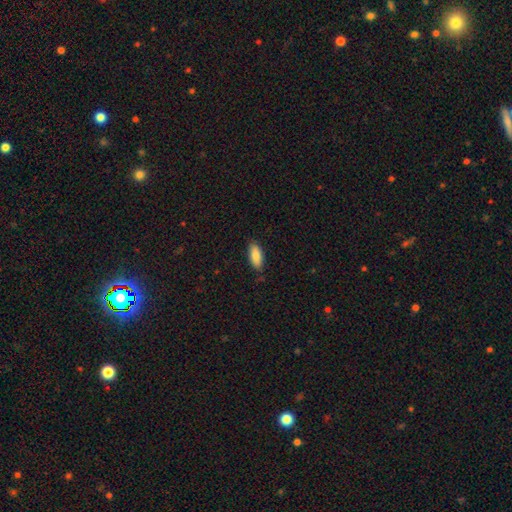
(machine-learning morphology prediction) Smooth or featured? Predicted: smooth (p=0.86). How rounded? Predicted: in between (p=0.83). Merging? Predicted: none (p=0.83).